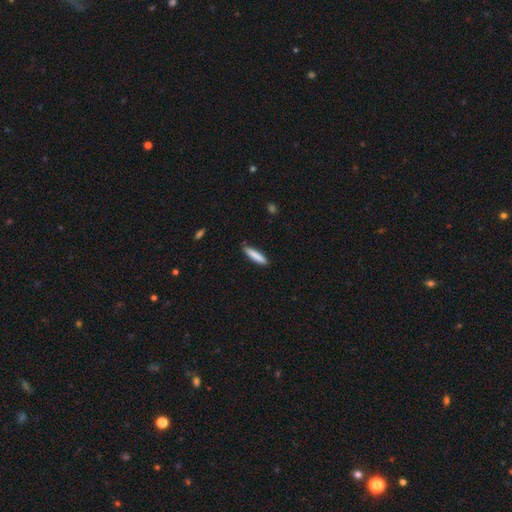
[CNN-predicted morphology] Smooth or featured: smooth — 85% (featured or disk — 10%)
How rounded: cigar-shaped — 86% (in between — 13%)
Merging: none — 85% (minor disturbance — 11%)